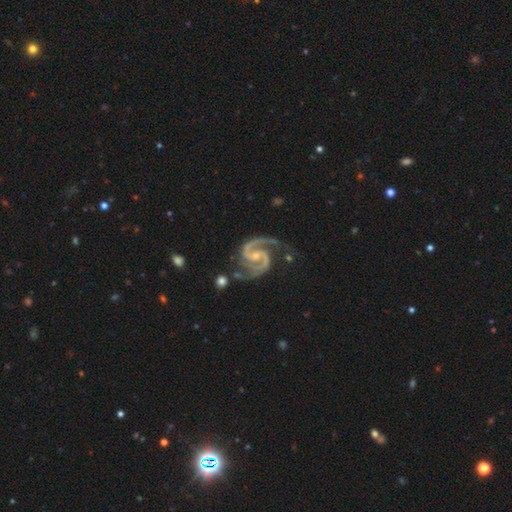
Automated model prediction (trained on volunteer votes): This appears to be a featured or disk galaxy (95%) with a weak bar (44%), 2 (94%) medium (66%) spiral arms (99%) and a small central bulge (58%). Merging: none (66%).